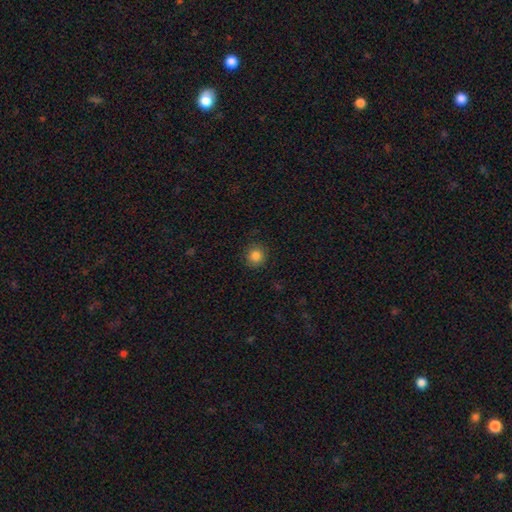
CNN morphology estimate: The model was most divided on "smooth or featured": smooth: 84%, star or artifact: 11%, featured or disk: 5%. More confident: how rounded — round (92%); merging — none (90%).